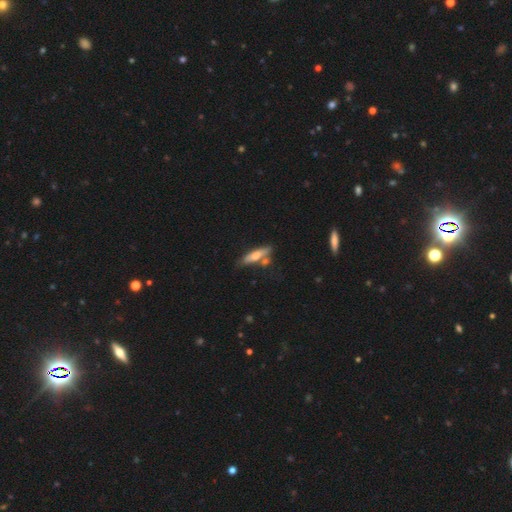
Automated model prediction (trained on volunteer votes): Overall: smooth (53%; featured or disk 40%). How rounded: cigar-shaped (72%). Merging: none (65%).